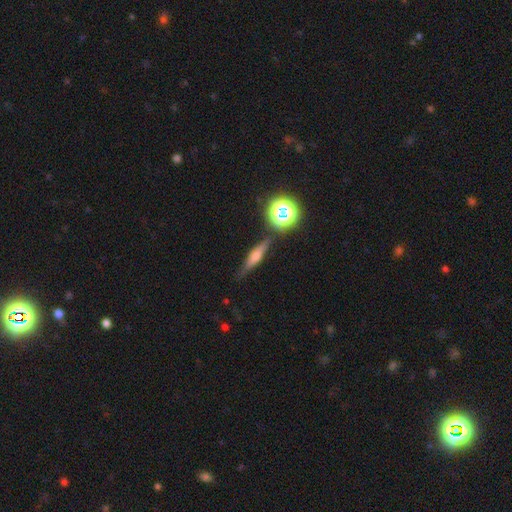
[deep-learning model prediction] smooth-or-featured: featured or disk: 49% | smooth: 36% | star or artifact: 15%
  merging: none: 81% | minor disturbance: 12% | merger: 3% | major disturbance: 3%